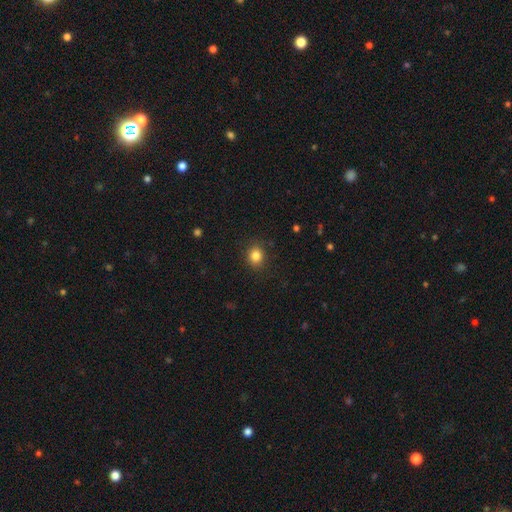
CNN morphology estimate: A smooth galaxy with no disk features (84%) that is round (71%). Merging: none (88%).